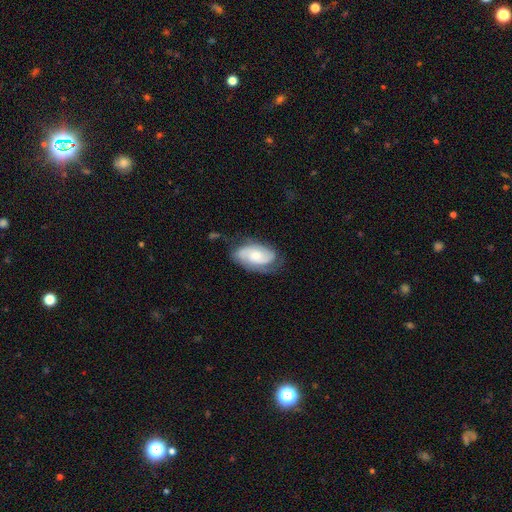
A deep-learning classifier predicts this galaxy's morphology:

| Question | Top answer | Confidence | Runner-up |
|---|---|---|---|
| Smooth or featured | featured or disk | 68% | smooth (26%) |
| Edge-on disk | no | 96% | yes (4%) |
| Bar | no | 68% | weak (26%) |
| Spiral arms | yes | 92% | no (8%) |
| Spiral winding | tight | 45% | medium (40%) |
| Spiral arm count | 2 | 69% | can't tell (16%) |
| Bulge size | moderate | 45% | small (35%) |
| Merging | none | 63% | minor disturbance (25%) |